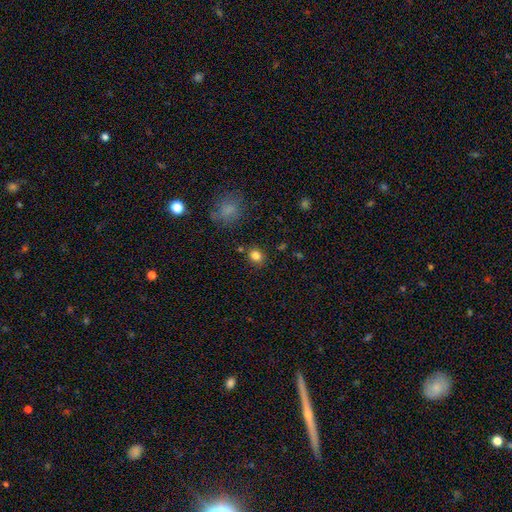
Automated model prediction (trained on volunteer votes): Morphology: type=smooth (82%); roundness=round (70%); merging=none (83%).